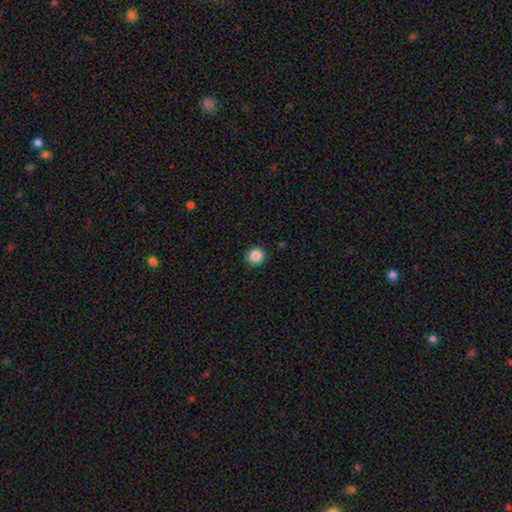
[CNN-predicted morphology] type=smooth (88%); roundness=round (83%); merging=none (90%).